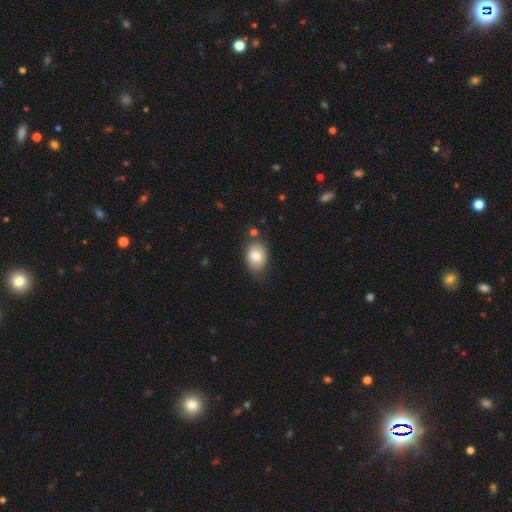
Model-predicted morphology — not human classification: A smooth galaxy with no disk features (81%) that is in between round and cigar-shaped (73%).

Vote fractions:
- Smooth or featured? smooth: 81% / featured or disk: 11% / star or artifact: 8%
- How rounded? in between: 73% / round: 26% / cigar-shaped: 1%
- Merging? none: 72% / minor disturbance: 19% / merger: 5% / major disturbance: 4%